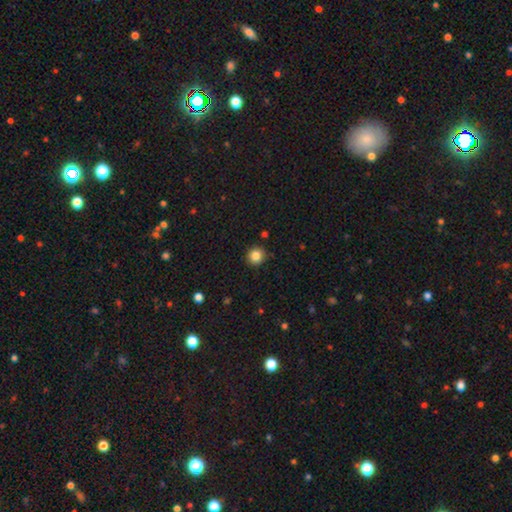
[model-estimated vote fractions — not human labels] Overall: smooth (84%). How rounded: round (91%). Merging: none (90%).